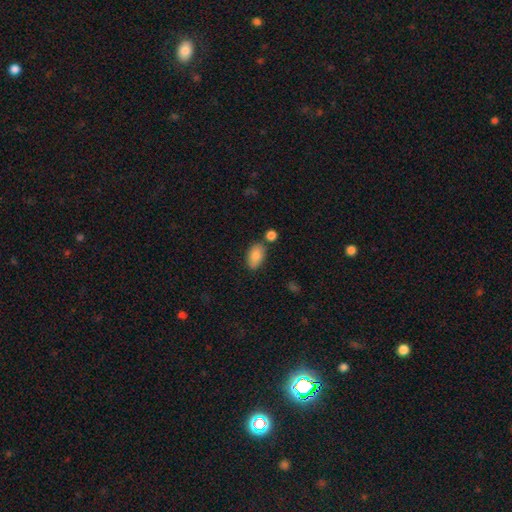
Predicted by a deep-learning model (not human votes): smooth 87%, star or artifact 7%, featured or disk 6%. Down the decision tree: how rounded — in between (92%); merging — none (71%).